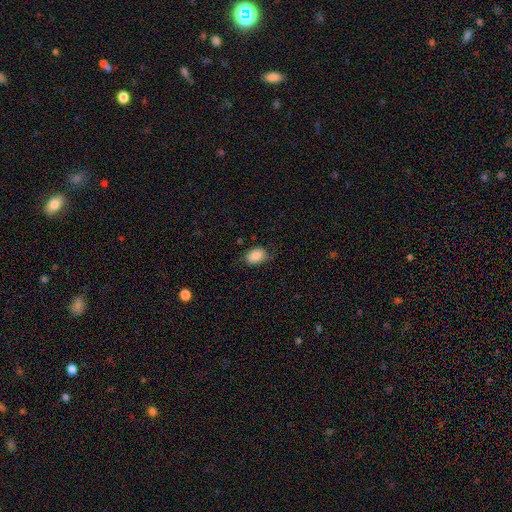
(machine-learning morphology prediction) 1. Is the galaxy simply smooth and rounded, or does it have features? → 85% smooth, 8% star or artifact, 7% featured or disk.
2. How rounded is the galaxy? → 73% in between, 26% round, 1% cigar-shaped.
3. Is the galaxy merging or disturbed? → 70% none, 23% minor disturbance, 5% major disturbance, 1% merger.